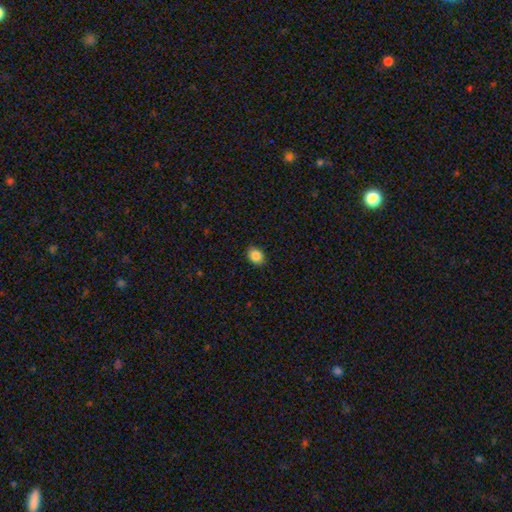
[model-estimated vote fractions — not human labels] Morphology: type=smooth (86%); roundness=in between (62%); merging=none (88%).